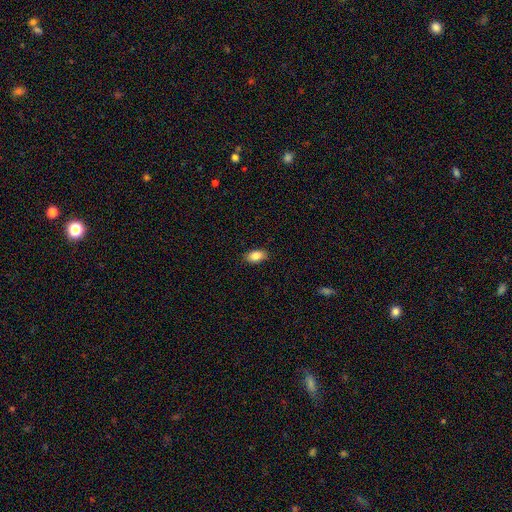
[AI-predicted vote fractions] This is clearly a smooth galaxy (86%). How rounded: clearly in between (91%). Merging: clearly none (88%).